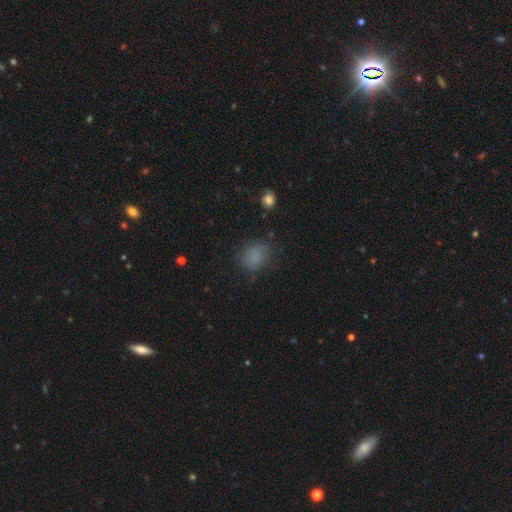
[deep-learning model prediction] Overall: smooth (80%). How rounded: round (50%; in between 49%). Merging: none (72%).